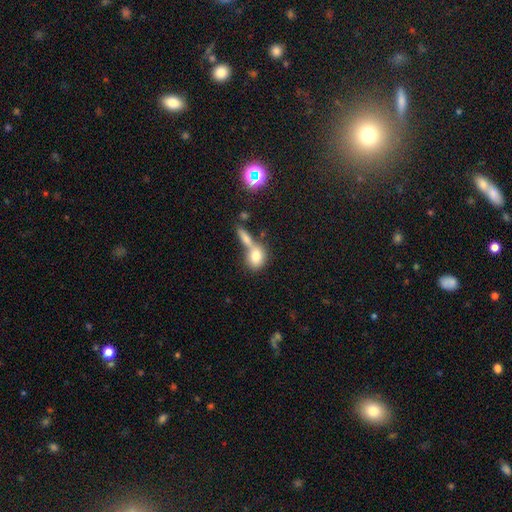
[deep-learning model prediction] Smooth or featured?
  - smooth: 76% *
  - featured or disk: 15%
  - star or artifact: 10%
How rounded?
  - in between: 53% *
  - round: 41%
  - cigar-shaped: 6%
Merging?
  - merger: 50% *
  - none: 34%
  - minor disturbance: 10%
  - major disturbance: 6%